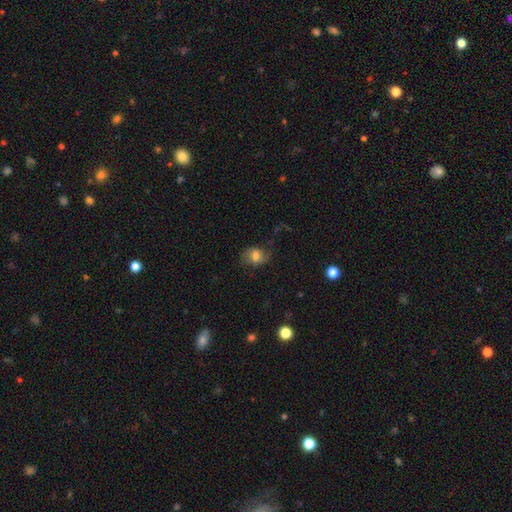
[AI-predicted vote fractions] This is likely a smooth galaxy (68%). How rounded: possibly in between (57%). Merging: likely none (66%).